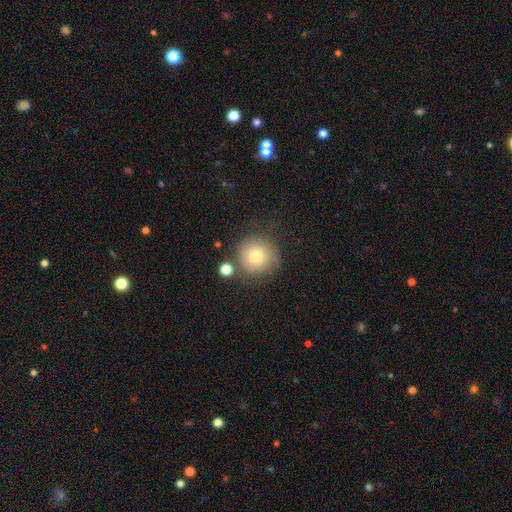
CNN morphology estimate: A smooth galaxy with no disk features (77%) that is round (94%). Merging: none (76%).